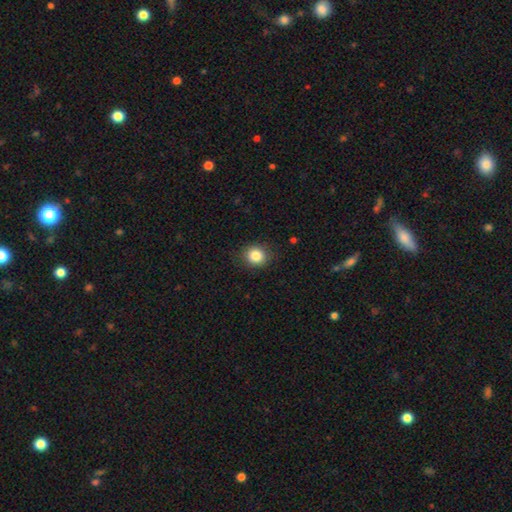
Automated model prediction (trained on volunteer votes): This is clearly a smooth galaxy (85%). How rounded: likely round (78%). Merging: clearly none (86%).